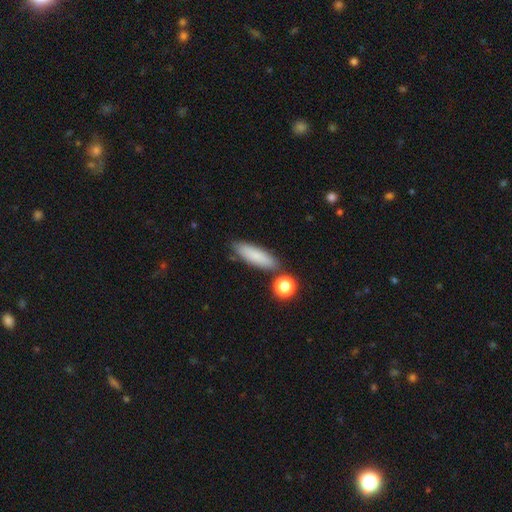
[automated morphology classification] Overall: smooth (82%). How rounded: cigar-shaped (53%; in between 45%). Merging: none (78%).